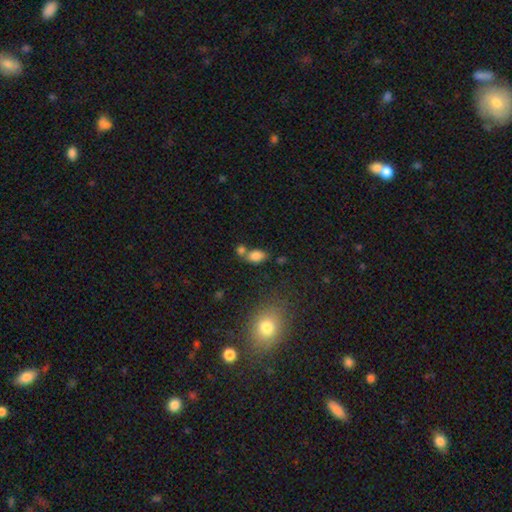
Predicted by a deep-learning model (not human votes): smooth-or-featured: smooth: 81% | star or artifact: 11% | featured or disk: 8%
  how-rounded: in between: 84% | round: 14% | cigar-shaped: 2%
  merging: none: 50% | merger: 33% | minor disturbance: 13% | major disturbance: 5%